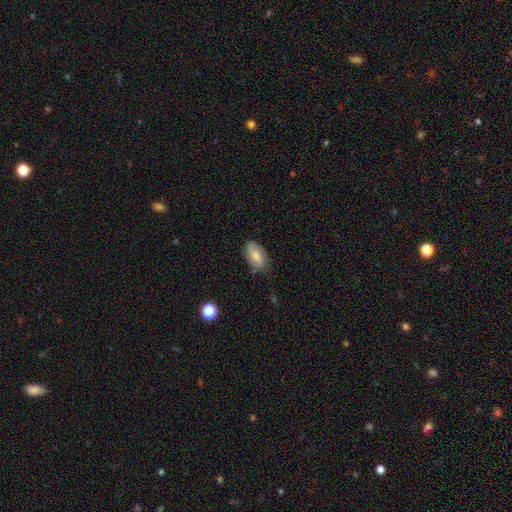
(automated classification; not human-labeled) A smooth galaxy with no disk features (70%) that is in between round and cigar-shaped (93%).

Vote fractions:
- Smooth or featured? smooth: 70% / featured or disk: 23% / star or artifact: 7%
- How rounded? in between: 93% / round: 5% / cigar-shaped: 2%
- Merging? none: 75% / minor disturbance: 20% / major disturbance: 4% / merger: 2%